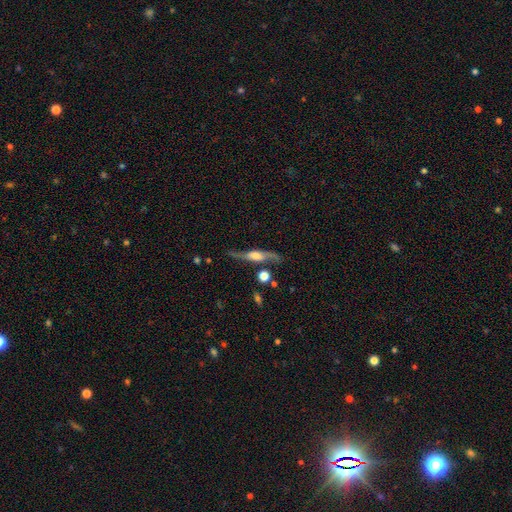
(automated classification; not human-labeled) Smooth or featured: featured or disk — 78% (smooth — 15%)
Edge-on disk: yes — 59% (no — 41%)
Merging: none — 70% (minor disturbance — 18%)